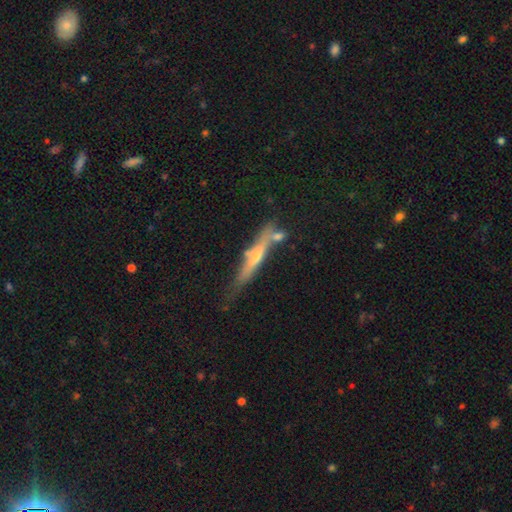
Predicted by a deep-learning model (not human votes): Smooth or featured?
  - featured or disk: 62% *
  - smooth: 31%
  - star or artifact: 7%
Edge-on disk?
  - yes: 92% *
  - no: 8%
Edge-on bulge?
  - rounded: 71% *
  - none: 23%
  - boxy: 6%
Merging?
  - none: 65% *
  - minor disturbance: 19%
  - merger: 12%
  - major disturbance: 5%